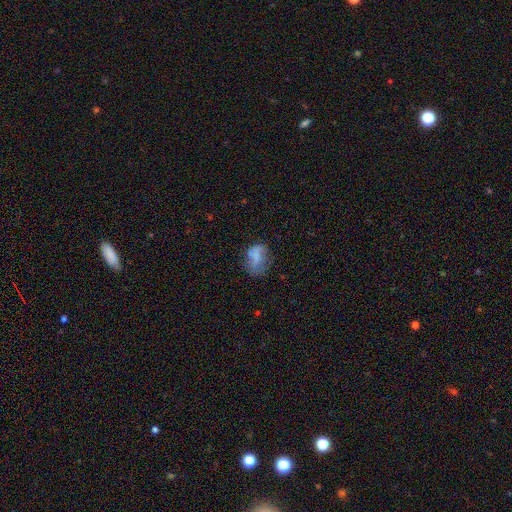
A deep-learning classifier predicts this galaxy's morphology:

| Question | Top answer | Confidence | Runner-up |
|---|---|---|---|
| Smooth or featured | smooth | 65% | featured or disk (24%) |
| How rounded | in between | 76% | round (22%) |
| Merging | none | 42% | minor disturbance (30%) |